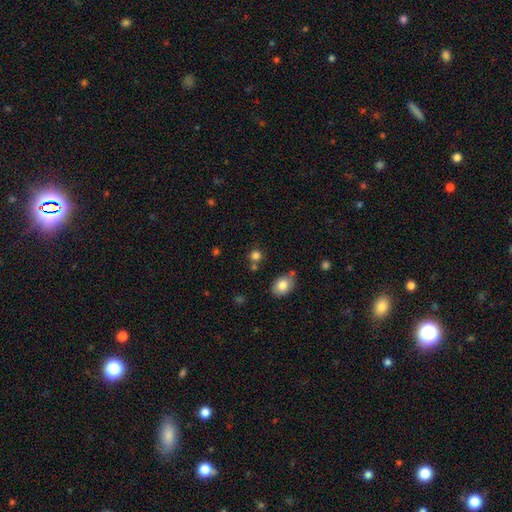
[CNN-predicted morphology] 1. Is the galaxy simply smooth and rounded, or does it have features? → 80% smooth, 13% star or artifact, 7% featured or disk.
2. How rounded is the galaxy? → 84% round, 15% in between, 1% cigar-shaped.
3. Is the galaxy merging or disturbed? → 68% none, 16% merger, 12% minor disturbance, 4% major disturbance.